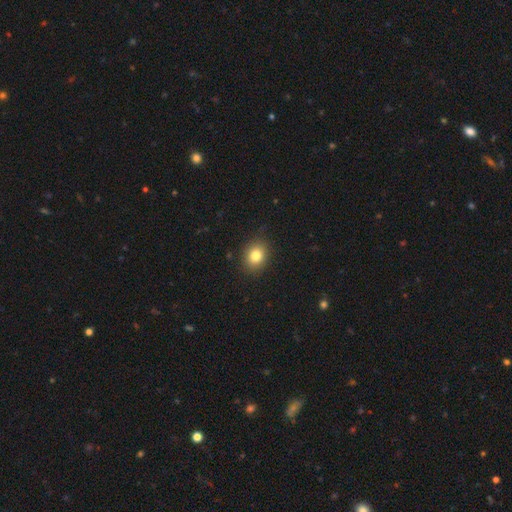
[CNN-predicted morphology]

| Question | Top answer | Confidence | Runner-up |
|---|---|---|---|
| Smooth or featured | smooth | 83% | star or artifact (10%) |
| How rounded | round | 52% | in between (47%) |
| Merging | none | 87% | minor disturbance (10%) |